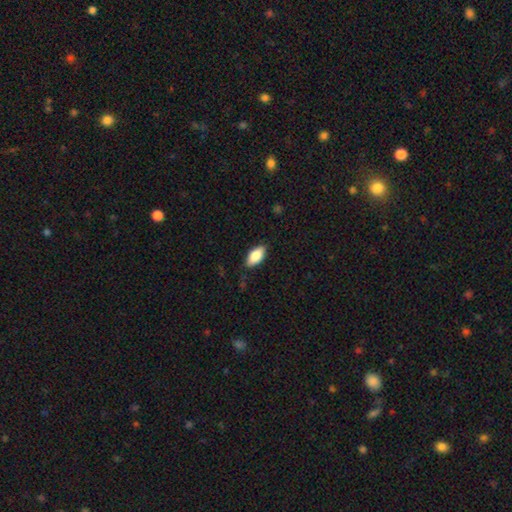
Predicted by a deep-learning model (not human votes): This appears to be a smooth galaxy with no disk features (82%) that is in between round and cigar-shaped (89%). Merging: none (83%).